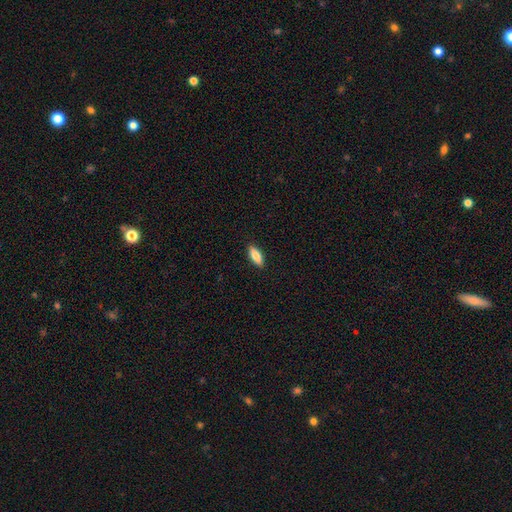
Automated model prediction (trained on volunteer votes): A smooth galaxy with no disk features (81%) that is in between round and cigar-shaped (64%).

Vote fractions:
- Smooth or featured? smooth: 81% / featured or disk: 12% / star or artifact: 6%
- How rounded? in between: 64% / cigar-shaped: 34% / round: 2%
- Merging? none: 90% / minor disturbance: 8% / major disturbance: 2% / merger: 1%